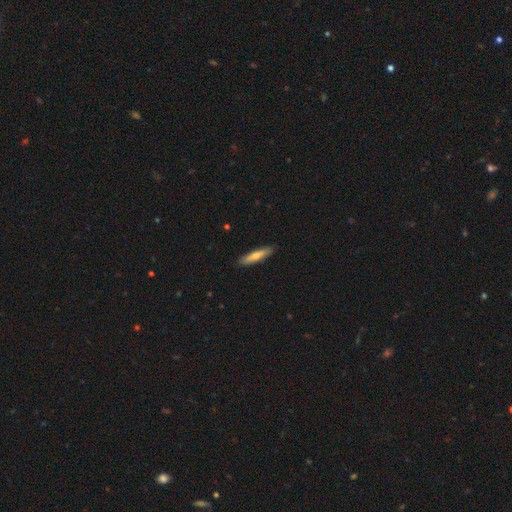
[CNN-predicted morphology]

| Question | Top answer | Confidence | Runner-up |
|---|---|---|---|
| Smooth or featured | smooth | 62% | featured or disk (32%) |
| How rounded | cigar-shaped | 85% | in between (13%) |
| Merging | none | 89% | minor disturbance (8%) |